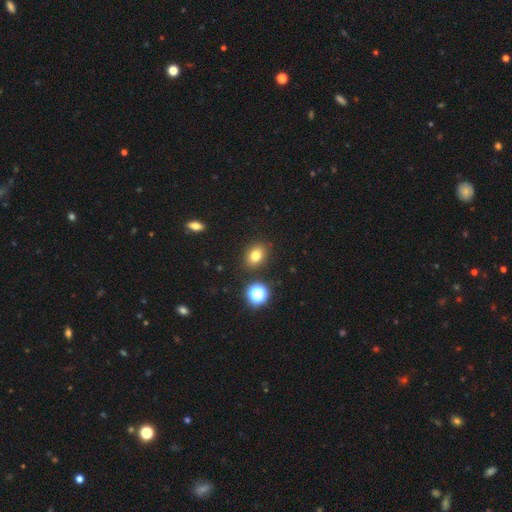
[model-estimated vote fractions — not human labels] smooth-or-featured: smooth: 78% | star or artifact: 14% | featured or disk: 8%
  how-rounded: in between: 59% | round: 39% | cigar-shaped: 1%
  merging: none: 86% | minor disturbance: 8% | merger: 3% | major disturbance: 3%